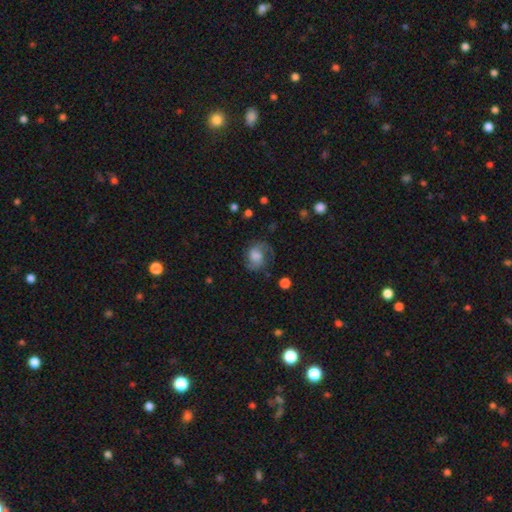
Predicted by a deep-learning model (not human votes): smooth_or_featured: featured or disk (p=0.58) [alt: smooth p=0.32]
disk_edge_on: no (p=0.97) [alt: yes p=0.03]
bar: no (p=0.59) [alt: weak p=0.34]
has_spiral_arms: yes (p=0.90) [alt: no p=0.10]
spiral_winding: medium (p=0.47) [alt: loose p=0.33]
spiral_arm_count: 2 (p=0.75) [alt: 1 p=0.13]
bulge_size: large (p=0.31) [alt: moderate p=0.26]
merging: none (p=0.62) [alt: minor disturbance p=0.21]